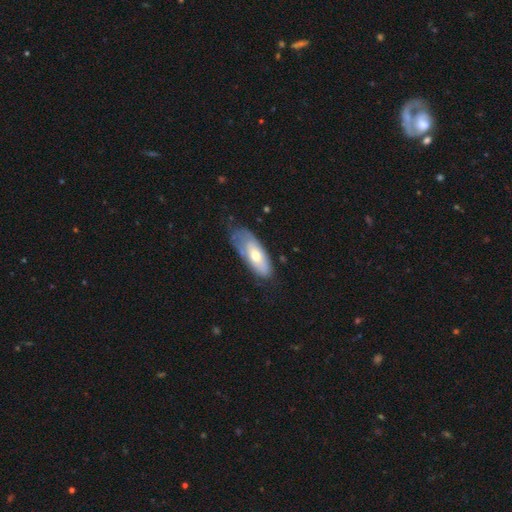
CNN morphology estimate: The model was most divided on "merging": none: 46%, minor disturbance: 34%, major disturbance: 17%, merger: 3%. More confident: how rounded — in between (79%); smooth or featured — smooth (55%).